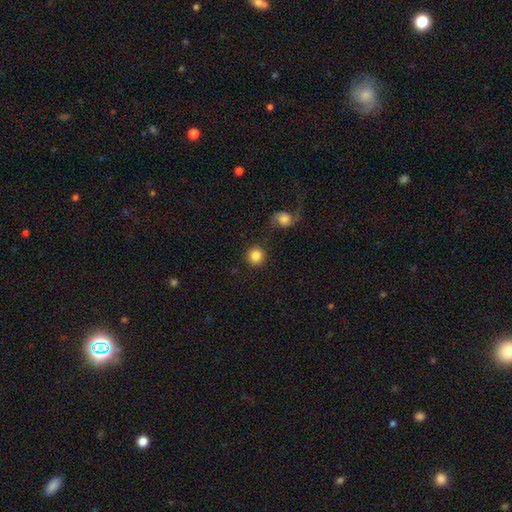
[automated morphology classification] Q: Smooth or featured?
A: smooth (85%); runner-up: star or artifact (8%)
Q: How rounded?
A: round (94%); runner-up: in between (5%)
Q: Merging?
A: none (85%); runner-up: minor disturbance (6%)